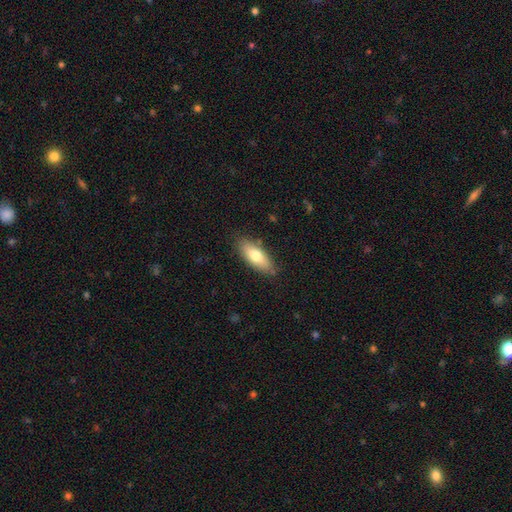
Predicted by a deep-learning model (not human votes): The model was most divided on "smooth or featured": smooth: 72%, featured or disk: 21%, star or artifact: 6%. More confident: merging — none (83%); how rounded — in between (74%).